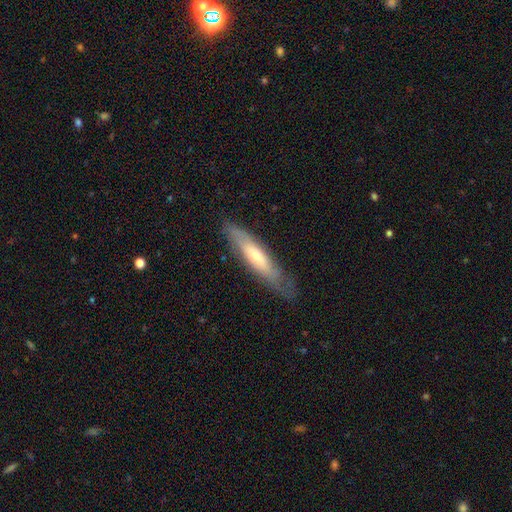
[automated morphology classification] smooth-or-featured: smooth: 48% | featured or disk: 46% | star or artifact: 6%
  merging: none: 75% | minor disturbance: 19% | major disturbance: 6% | merger: 1%